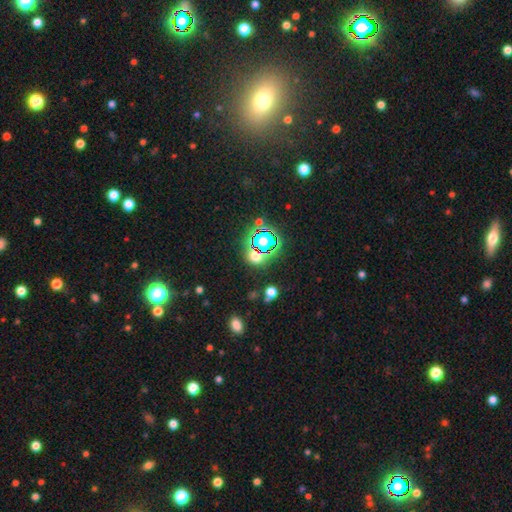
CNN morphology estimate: This is possibly a star or artifact rather than a galaxy (53%).